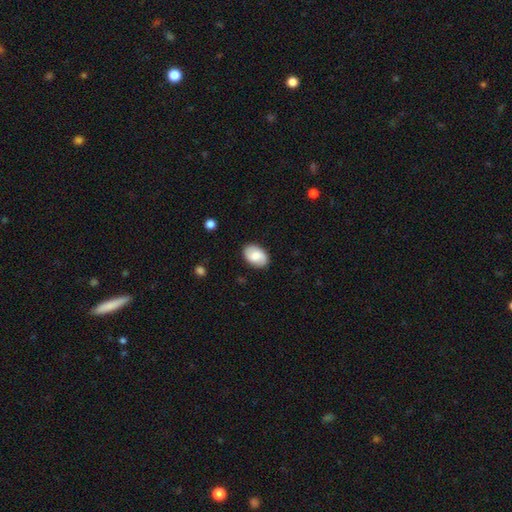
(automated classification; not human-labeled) The model was most divided on "smooth or featured": smooth: 72%, featured or disk: 21%, star or artifact: 7%. More confident: how rounded — in between (87%); merging — none (85%).